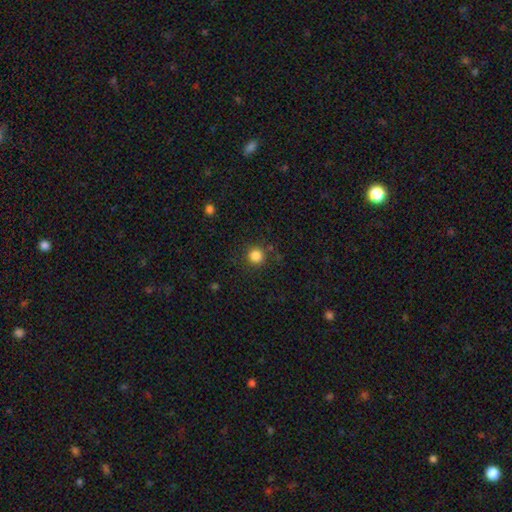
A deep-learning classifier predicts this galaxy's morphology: Smooth or featured? smooth (84%)
How rounded? round (94%)
Merging? none (88%)